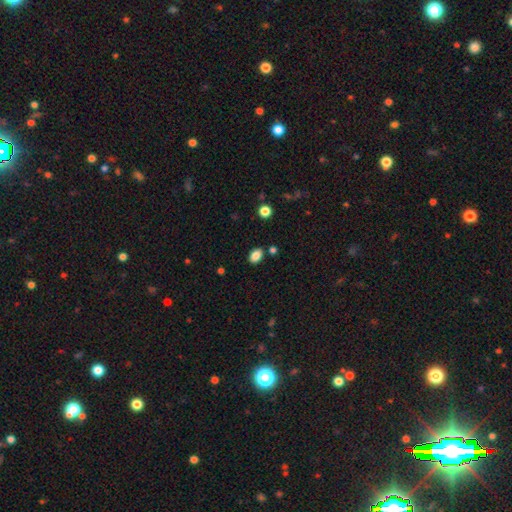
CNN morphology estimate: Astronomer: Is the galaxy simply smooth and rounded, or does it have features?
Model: smooth — 86%.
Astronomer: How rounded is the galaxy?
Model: in between — 82%.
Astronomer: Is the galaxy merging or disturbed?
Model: none — 83%.